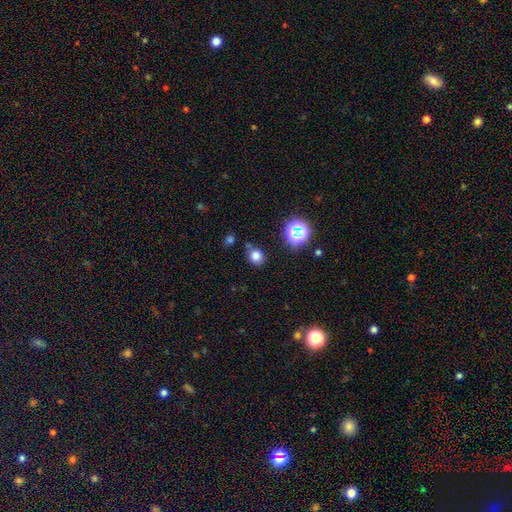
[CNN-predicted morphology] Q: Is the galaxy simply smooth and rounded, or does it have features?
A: smooth — 76%.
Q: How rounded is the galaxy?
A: round — 69%.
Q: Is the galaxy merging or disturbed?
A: none — 75%.